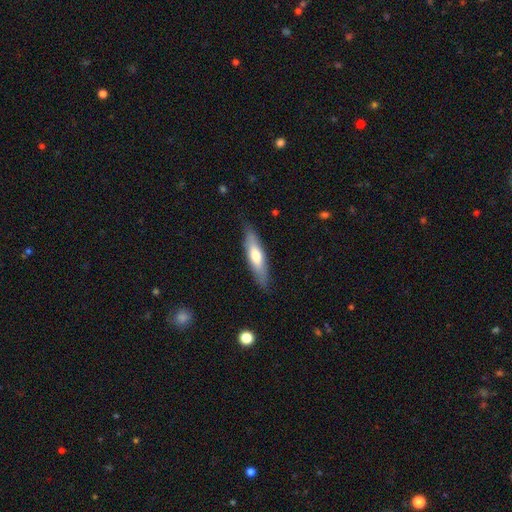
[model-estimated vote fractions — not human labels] Smooth or featured: smooth — 60% (featured or disk — 35%)
How rounded: cigar-shaped — 68% (in between — 31%)
Merging: none — 83% (minor disturbance — 14%)